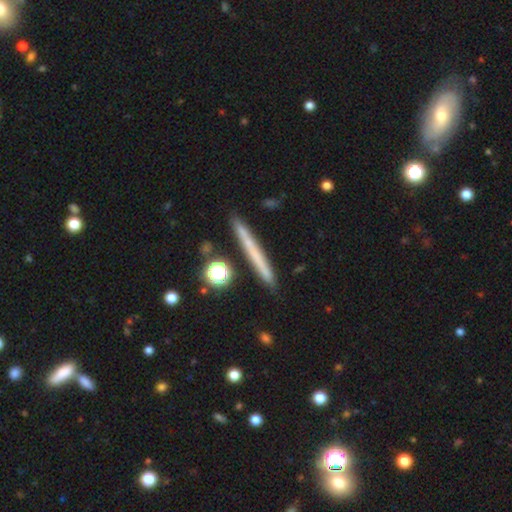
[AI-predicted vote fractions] A smooth galaxy with no disk features (54%) that is cigar-shaped (95%). Merging: none (88%).